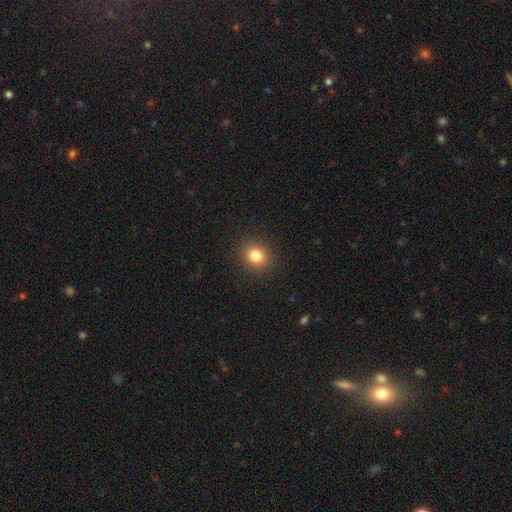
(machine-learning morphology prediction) Q: Smooth or featured?
A: smooth (82%); runner-up: star or artifact (11%)
Q: How rounded?
A: round (75%); runner-up: in between (24%)
Q: Merging?
A: none (90%); runner-up: minor disturbance (7%)